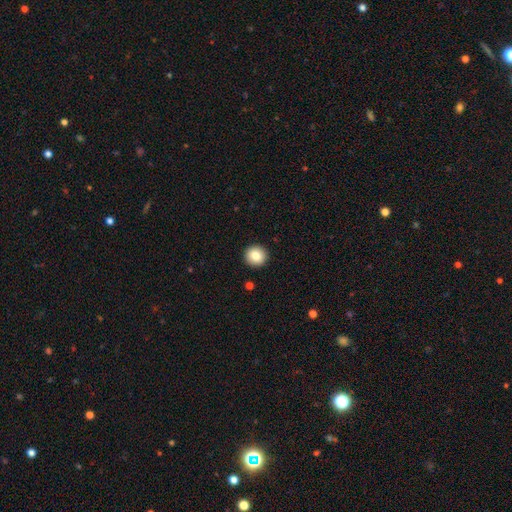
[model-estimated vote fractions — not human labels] Overall: smooth (84%). How rounded: round (95%). Merging: none (93%).